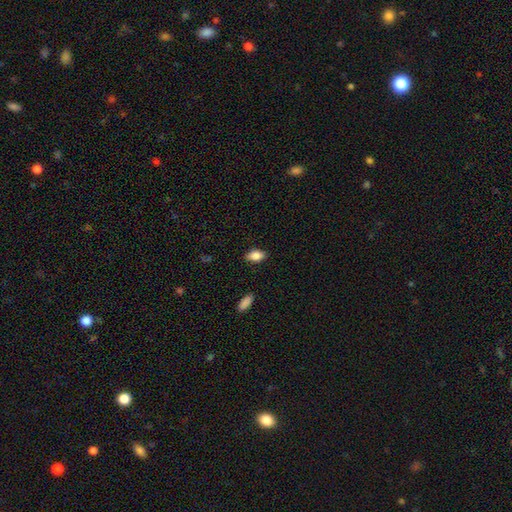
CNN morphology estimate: Smooth or featured?
  - smooth: 83% *
  - featured or disk: 9%
  - star or artifact: 8%
How rounded?
  - in between: 89% *
  - cigar-shaped: 6%
  - round: 5%
Merging?
  - none: 86% *
  - minor disturbance: 11%
  - major disturbance: 2%
  - merger: 1%